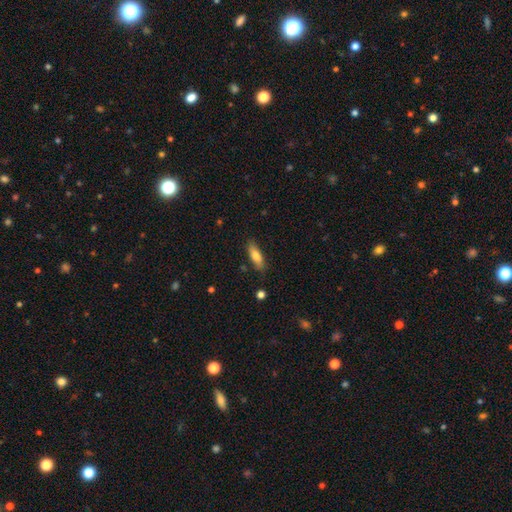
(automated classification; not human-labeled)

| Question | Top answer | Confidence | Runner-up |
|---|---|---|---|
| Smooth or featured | smooth | 77% | featured or disk (16%) |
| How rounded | in between | 53% | cigar-shaped (45%) |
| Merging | none | 81% | minor disturbance (14%) |